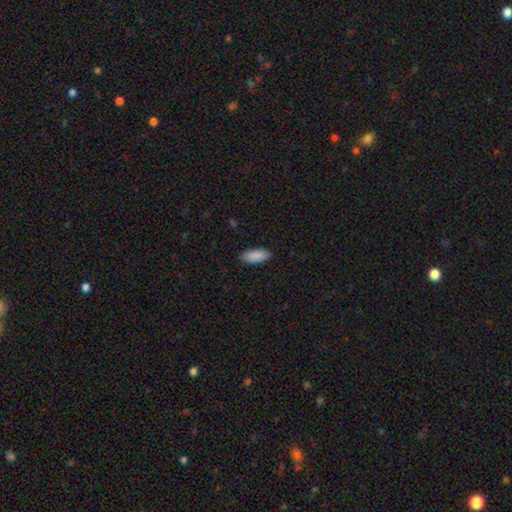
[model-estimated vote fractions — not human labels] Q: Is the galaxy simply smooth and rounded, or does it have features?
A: smooth — 91%.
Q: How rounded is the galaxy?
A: in between — 83%.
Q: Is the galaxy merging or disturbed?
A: none — 89%.